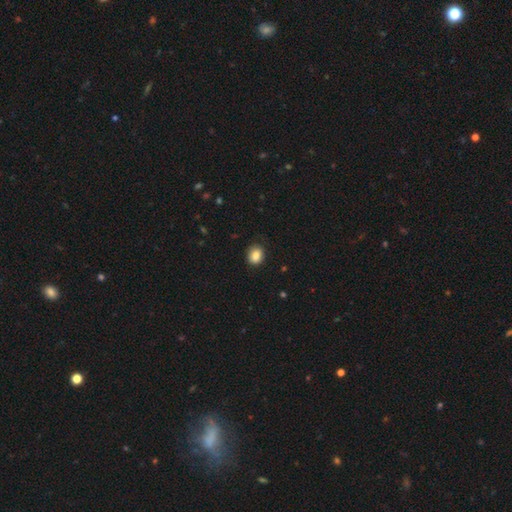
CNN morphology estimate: This is clearly a smooth galaxy (86%). How rounded: possibly round (54%). Merging: clearly none (83%).